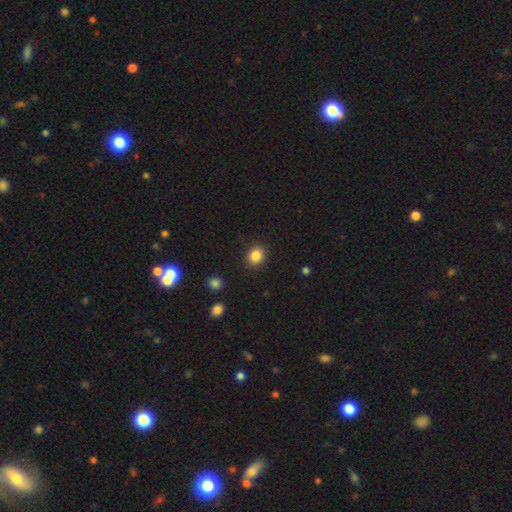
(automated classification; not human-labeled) Smooth or featured?
  - smooth: 86% *
  - star or artifact: 10%
  - featured or disk: 4%
How rounded?
  - round: 71% *
  - in between: 28%
  - cigar-shaped: 1%
Merging?
  - none: 90% *
  - minor disturbance: 7%
  - major disturbance: 2%
  - merger: 1%